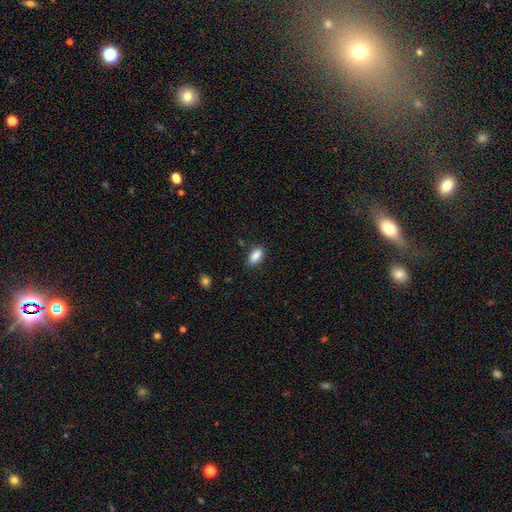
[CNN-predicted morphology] A smooth galaxy with no disk features (88%) that is in between round and cigar-shaped (90%). Merging: none (83%).